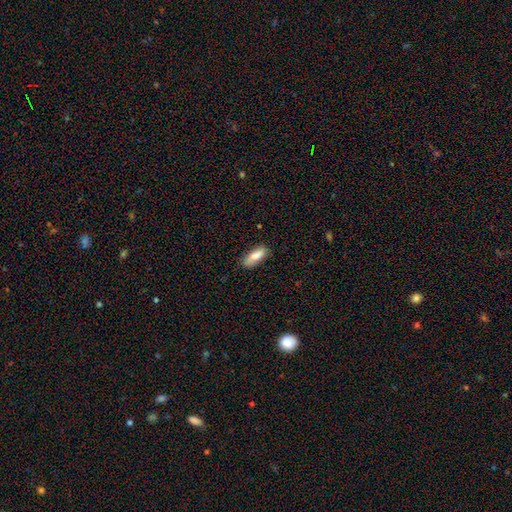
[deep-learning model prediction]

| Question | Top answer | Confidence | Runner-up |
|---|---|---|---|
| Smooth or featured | smooth | 81% | featured or disk (13%) |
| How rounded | in between | 68% | cigar-shaped (30%) |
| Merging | none | 80% | minor disturbance (16%) |